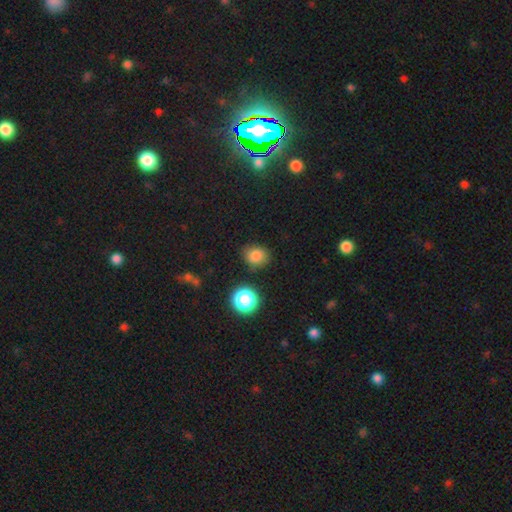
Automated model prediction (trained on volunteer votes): smooth_or_featured: smooth (p=0.81) [alt: star or artifact p=0.14]
how_rounded: round (p=0.67) [alt: in between p=0.32]
merging: none (p=0.80) [alt: minor disturbance p=0.13]